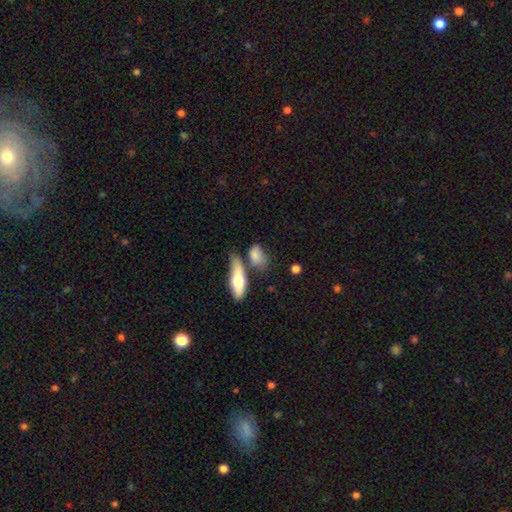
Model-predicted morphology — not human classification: A smooth galaxy with no disk features (78%) that is in between round and cigar-shaped (76%). Merging: none (49%).